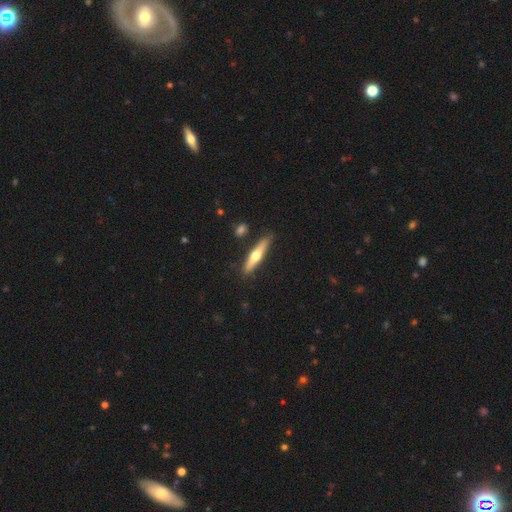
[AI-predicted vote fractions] smooth_or_featured: featured or disk (p=0.55) [alt: smooth p=0.40]
disk_edge_on: yes (p=0.94) [alt: no p=0.06]
edge_on_bulge: rounded (p=0.92) [alt: none p=0.05]
merging: none (p=0.86) [alt: minor disturbance p=0.10]